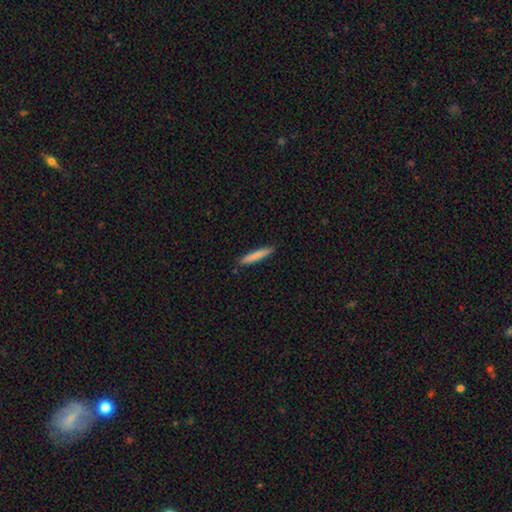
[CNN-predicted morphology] smooth-or-featured: smooth: 80% | featured or disk: 14% | star or artifact: 6%
  how-rounded: cigar-shaped: 93% | in between: 6% | round: 1%
  merging: none: 88% | minor disturbance: 9% | major disturbance: 2% | merger: 1%